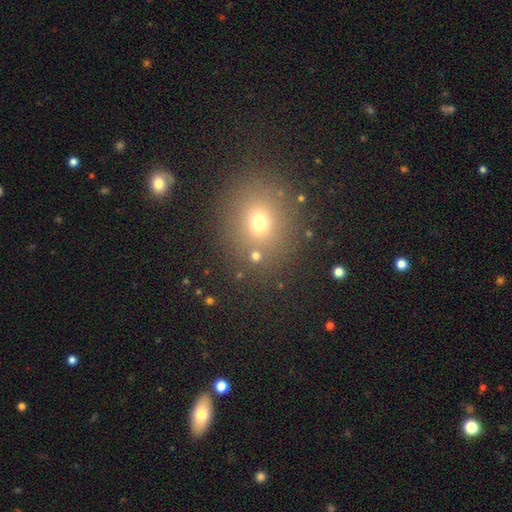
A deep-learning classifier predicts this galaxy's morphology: The model was most divided on "smooth or featured": smooth: 66%, star or artifact: 25%, featured or disk: 9%. More confident: how rounded — round (83%); merging — none (78%).